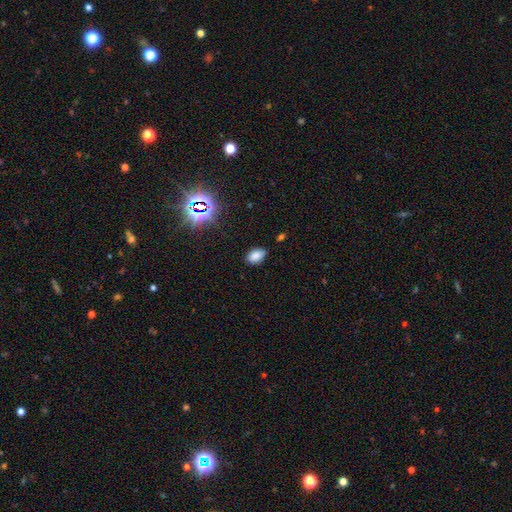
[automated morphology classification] smooth-or-featured: smooth: 79% | star or artifact: 15% | featured or disk: 6%
  how-rounded: in between: 88% | round: 11% | cigar-shaped: 2%
  merging: none: 79% | minor disturbance: 16% | major disturbance: 3% | merger: 2%